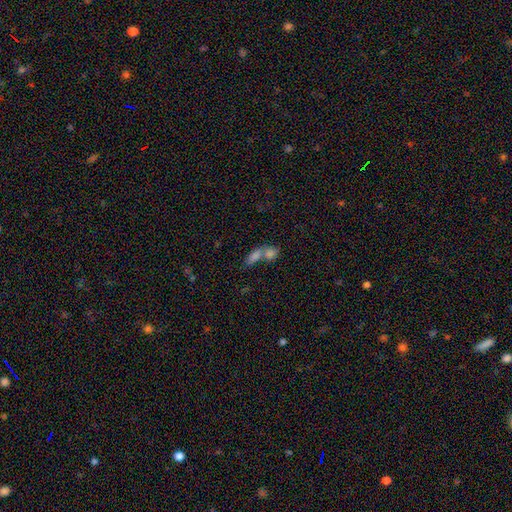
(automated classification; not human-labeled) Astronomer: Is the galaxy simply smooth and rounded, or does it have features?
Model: smooth — 75%.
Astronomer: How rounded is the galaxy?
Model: in between — 74%.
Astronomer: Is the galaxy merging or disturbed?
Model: merger — 64%.